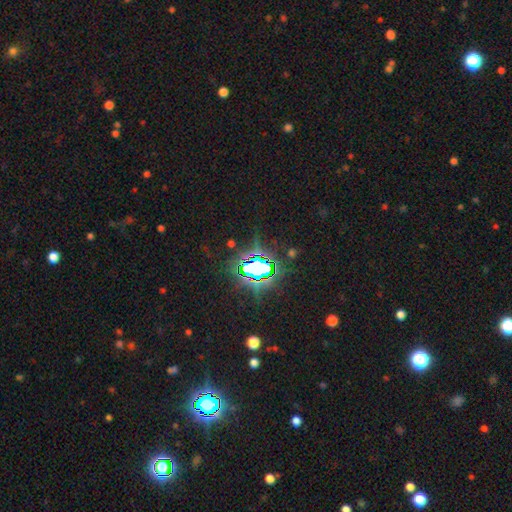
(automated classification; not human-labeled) The model was most divided on "smooth or featured": star or artifact: 78%, smooth: 12%, featured or disk: 10%.